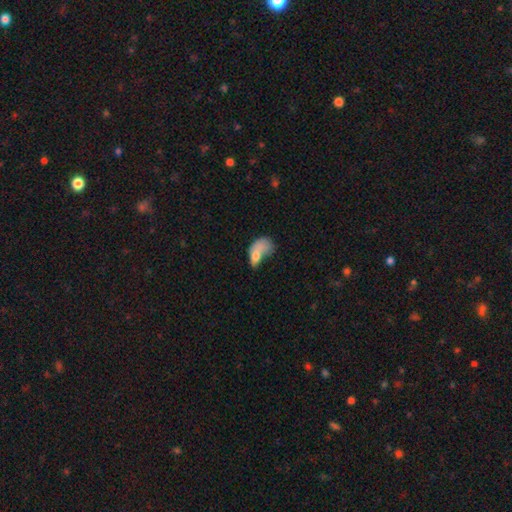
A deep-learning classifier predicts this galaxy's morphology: Smooth or featured? smooth (55%)
How rounded? in between (76%)
Merging? merger (31%)